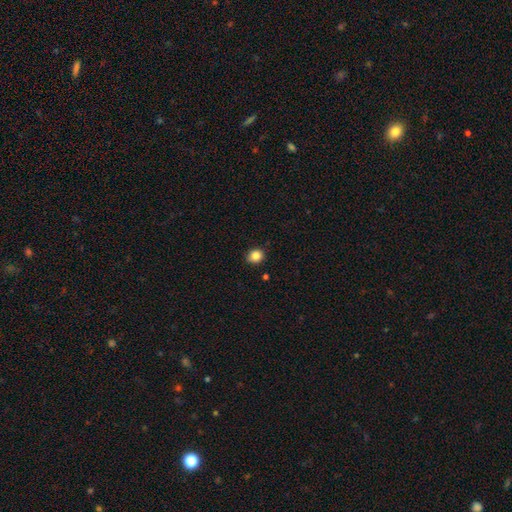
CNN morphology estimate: This is clearly a smooth galaxy (86%). How rounded: likely round (72%). Merging: clearly none (89%).